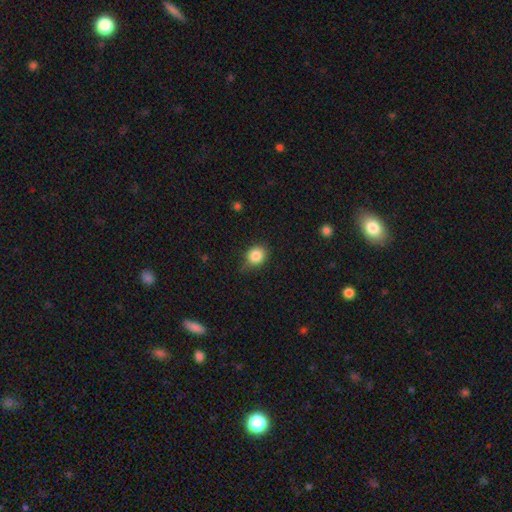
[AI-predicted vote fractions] A smooth galaxy with no disk features (85%) that is round (69%).

Vote fractions:
- Smooth or featured? smooth: 85% / star or artifact: 10% / featured or disk: 5%
- How rounded? round: 69% / in between: 30% / cigar-shaped: 1%
- Merging? none: 74% / minor disturbance: 21% / major disturbance: 4% / merger: 1%